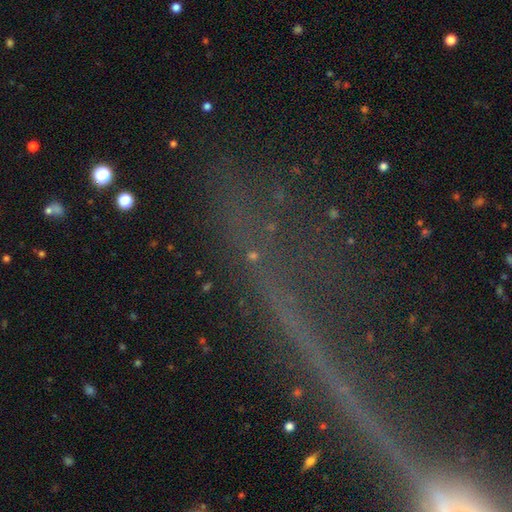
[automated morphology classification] Overall: star or artifact (66%).